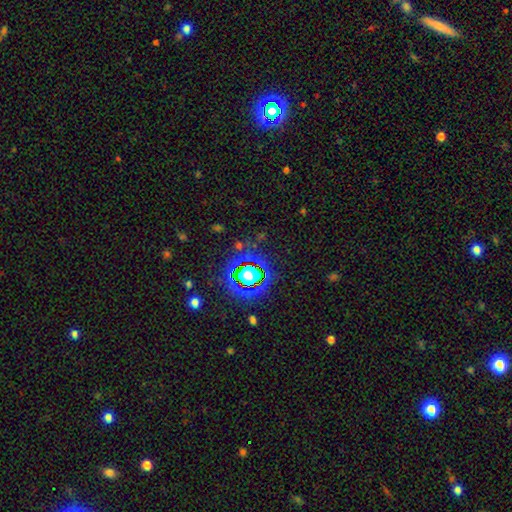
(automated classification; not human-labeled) Smooth or featured: star or artifact — 77% (smooth — 14%)